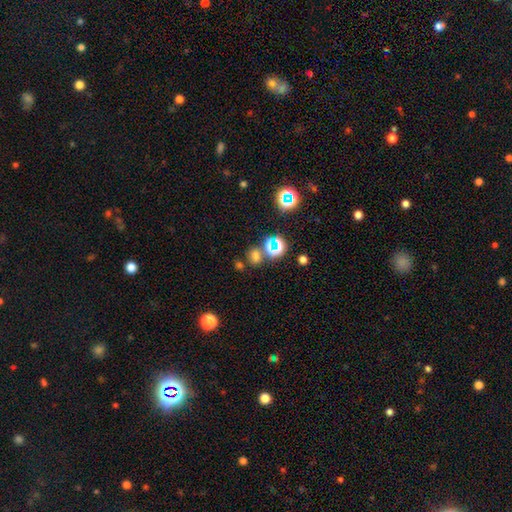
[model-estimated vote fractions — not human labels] smooth_or_featured: smooth (p=0.56) [alt: star or artifact p=0.35]
how_rounded: round (p=0.54) [alt: in between p=0.45]
merging: none (p=0.64) [alt: merger p=0.20]